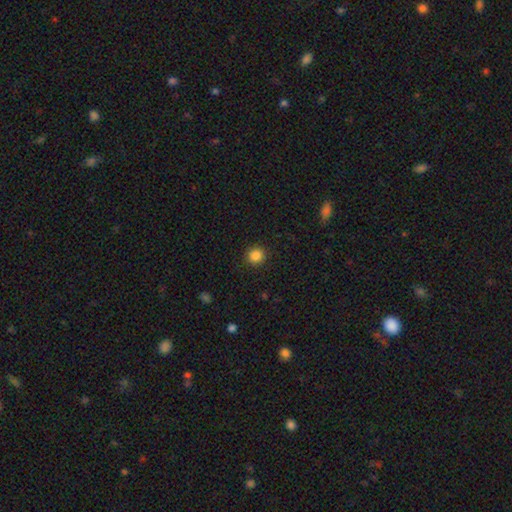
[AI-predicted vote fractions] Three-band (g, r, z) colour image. It shows a smooth galaxy with no disk features (86%) that is round (92%). Merging: none (91%).